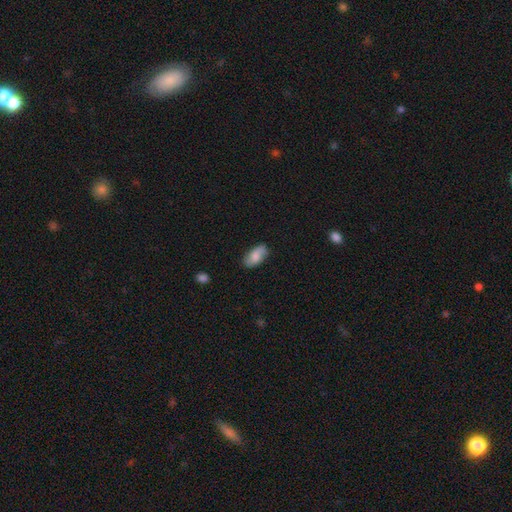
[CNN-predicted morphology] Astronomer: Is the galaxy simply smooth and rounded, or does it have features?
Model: smooth — 72%.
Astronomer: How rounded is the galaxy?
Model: in between — 93%.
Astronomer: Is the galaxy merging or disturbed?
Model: none — 77%.